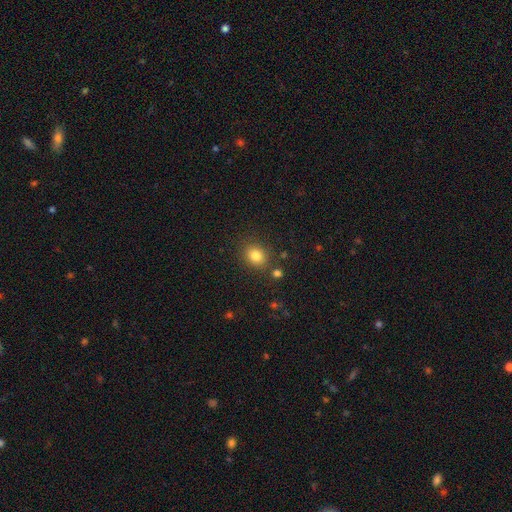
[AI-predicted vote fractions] Morphology: type=smooth (82%); roundness=round (59%); merging=none (81%).